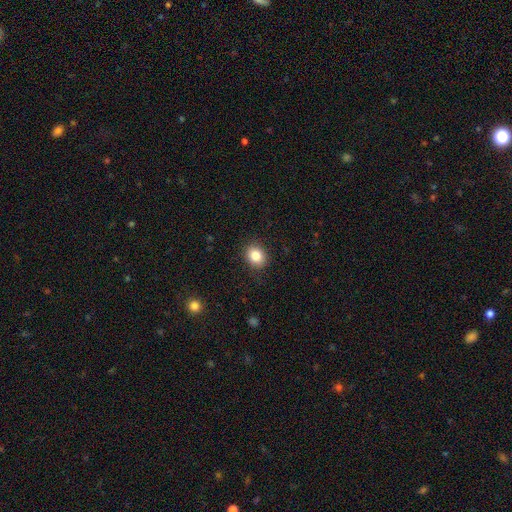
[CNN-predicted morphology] A smooth galaxy with no disk features (85%) that is round (55%).

Vote fractions:
- Smooth or featured? smooth: 85% / star or artifact: 10% / featured or disk: 6%
- How rounded? round: 55% / in between: 44% / cigar-shaped: 1%
- Merging? none: 87% / minor disturbance: 9% / major disturbance: 3% / merger: 1%